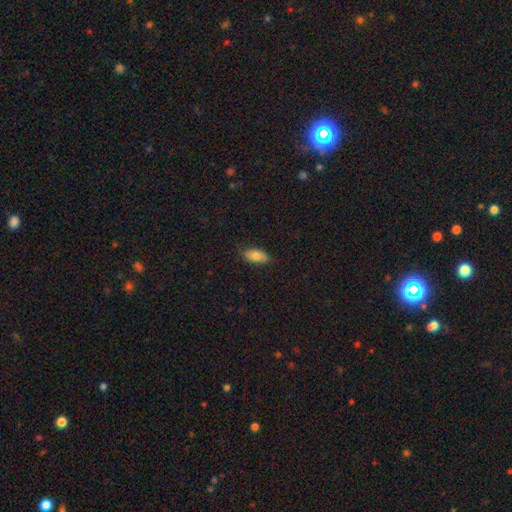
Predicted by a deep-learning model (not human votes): Smooth or featured?
  - smooth: 75% *
  - featured or disk: 18%
  - star or artifact: 7%
How rounded?
  - in between: 89% *
  - cigar-shaped: 8%
  - round: 3%
Merging?
  - none: 81% *
  - minor disturbance: 15%
  - major disturbance: 3%
  - merger: 1%